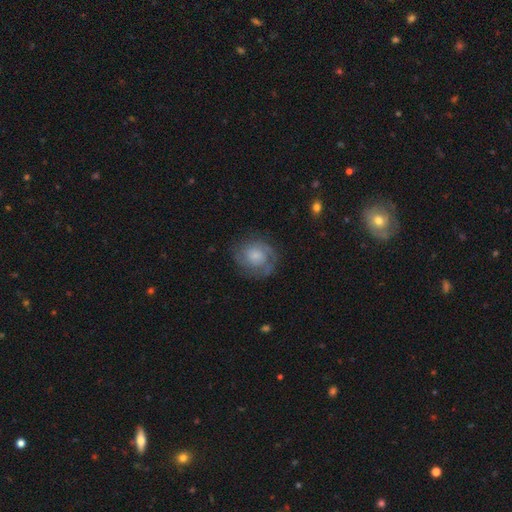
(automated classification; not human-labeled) smooth_or_featured: featured or disk (p=0.62) [alt: smooth p=0.31]
disk_edge_on: no (p=0.98) [alt: yes p=0.02]
bar: no (p=0.75) [alt: weak p=0.21]
has_spiral_arms: yes (p=0.86) [alt: no p=0.14]
spiral_winding: tight (p=0.53) [alt: medium p=0.34]
spiral_arm_count: 2 (p=0.44) [alt: can't tell p=0.27]
bulge_size: small (p=0.47) [alt: moderate p=0.25]
merging: none (p=0.72) [alt: minor disturbance p=0.17]